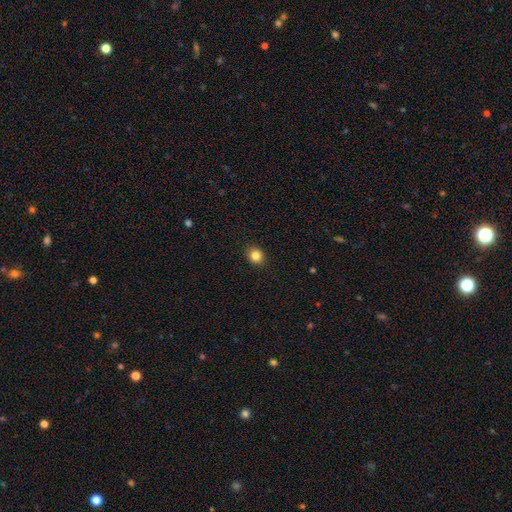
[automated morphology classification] Smooth or featured?
  - smooth: 84% *
  - star or artifact: 11%
  - featured or disk: 5%
How rounded?
  - round: 69% *
  - in between: 30%
  - cigar-shaped: 1%
Merging?
  - none: 91% *
  - minor disturbance: 6%
  - major disturbance: 2%
  - merger: 1%